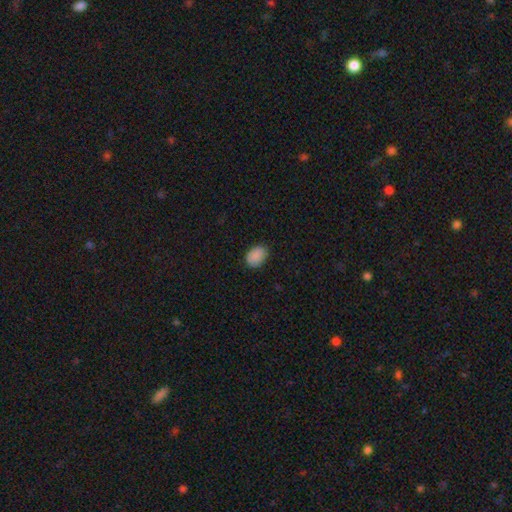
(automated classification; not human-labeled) smooth-or-featured: smooth: 89% | star or artifact: 8% | featured or disk: 3%
  how-rounded: in between: 79% | round: 20% | cigar-shaped: 1%
  merging: none: 82% | minor disturbance: 15% | major disturbance: 3% | merger: 1%